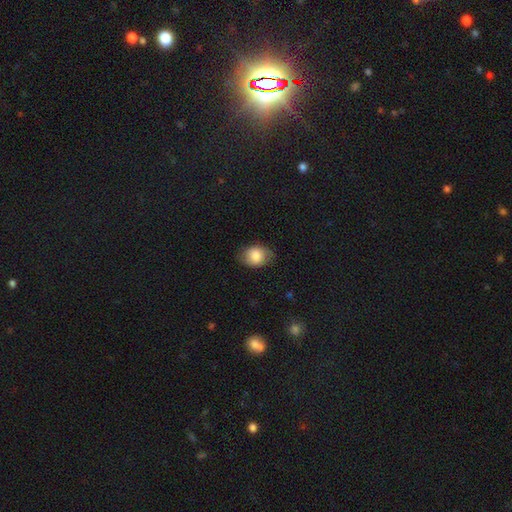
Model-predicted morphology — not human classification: Smooth or featured?
  - smooth: 80% *
  - featured or disk: 12%
  - star or artifact: 7%
How rounded?
  - in between: 68% *
  - round: 31%
  - cigar-shaped: 1%
Merging?
  - none: 71% *
  - minor disturbance: 22%
  - major disturbance: 6%
  - merger: 1%